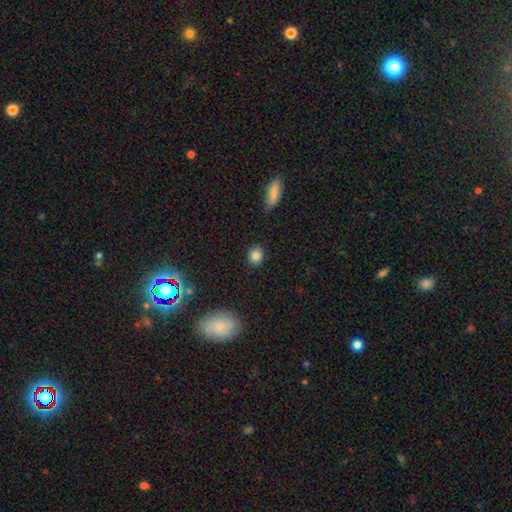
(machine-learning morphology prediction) A smooth galaxy with no disk features (85%) that is round (76%).

Vote fractions:
- Smooth or featured? smooth: 85% / star or artifact: 10% / featured or disk: 5%
- How rounded? round: 76% / in between: 22% / cigar-shaped: 1%
- Merging? none: 88% / minor disturbance: 8% / major disturbance: 2% / merger: 1%